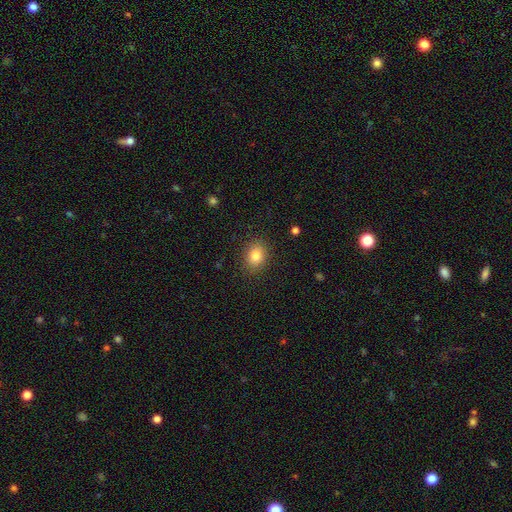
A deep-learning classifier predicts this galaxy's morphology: A smooth galaxy with no disk features (83%) that is in between round and cigar-shaped (58%).

Vote fractions:
- Smooth or featured? smooth: 83% / star or artifact: 10% / featured or disk: 7%
- How rounded? in between: 58% / round: 41% / cigar-shaped: 1%
- Merging? none: 87% / minor disturbance: 9% / major disturbance: 3% / merger: 1%